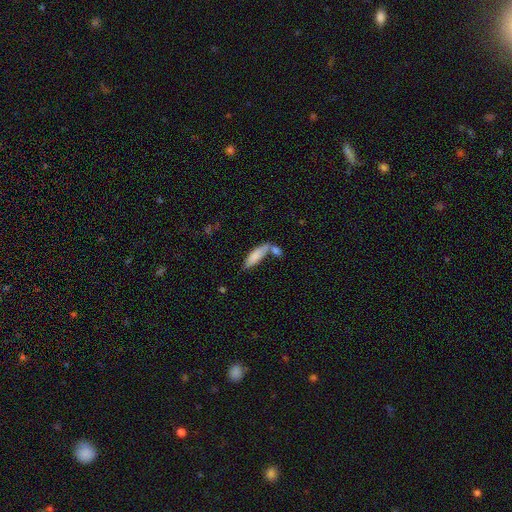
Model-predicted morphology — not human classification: type=smooth (79%); roundness=cigar-shaped (49%, tied with in between); merging=none (42%).